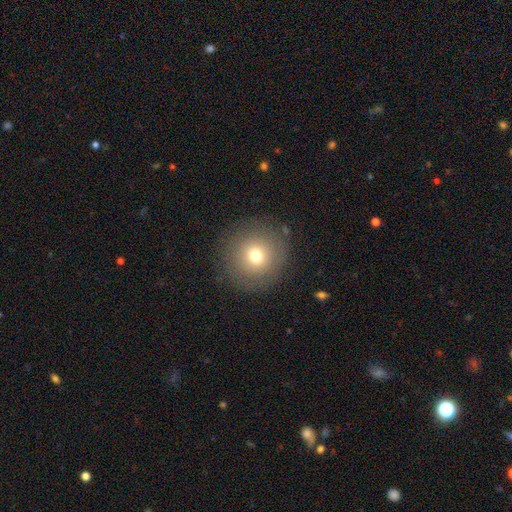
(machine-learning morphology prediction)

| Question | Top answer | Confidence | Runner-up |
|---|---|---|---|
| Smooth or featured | smooth | 72% | featured or disk (15%) |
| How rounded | round | 94% | in between (5%) |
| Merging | none | 87% | minor disturbance (8%) |